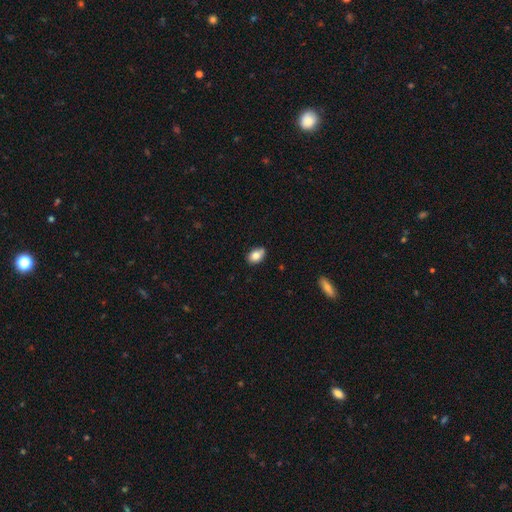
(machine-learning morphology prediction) Smooth or featured? smooth (81%)
How rounded? in between (83%)
Merging? none (75%)